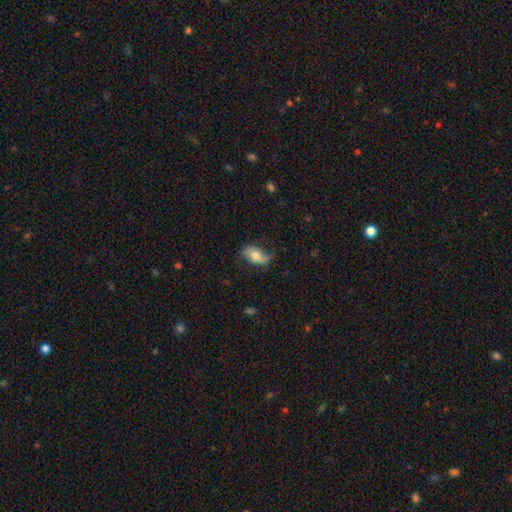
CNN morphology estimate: Q: Smooth or featured?
A: featured or disk (52%); runner-up: smooth (41%)
Q: Edge-on disk?
A: no (90%); runner-up: yes (10%)
Q: Merging?
A: none (65%); runner-up: minor disturbance (24%)